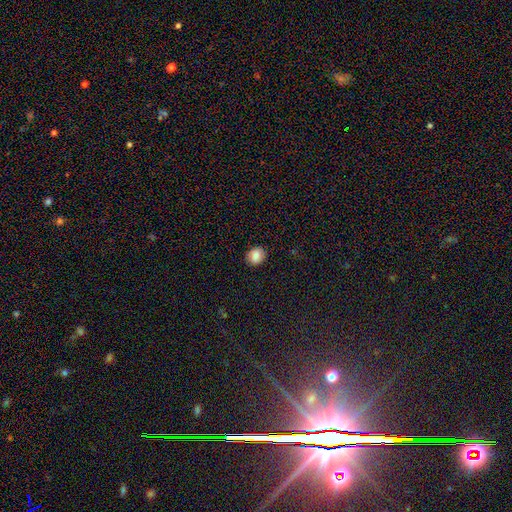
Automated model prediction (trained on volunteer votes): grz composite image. It shows a smooth galaxy with no disk features (83%) that is round (60%). Merging: none (87%).